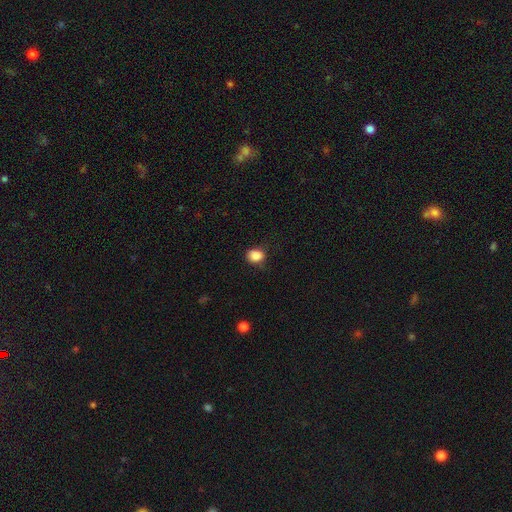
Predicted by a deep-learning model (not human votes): Smooth or featured?
  - smooth: 87% *
  - star or artifact: 9%
  - featured or disk: 4%
How rounded?
  - round: 57% *
  - in between: 42%
  - cigar-shaped: 1%
Merging?
  - none: 78% *
  - minor disturbance: 17%
  - major disturbance: 4%
  - merger: 1%